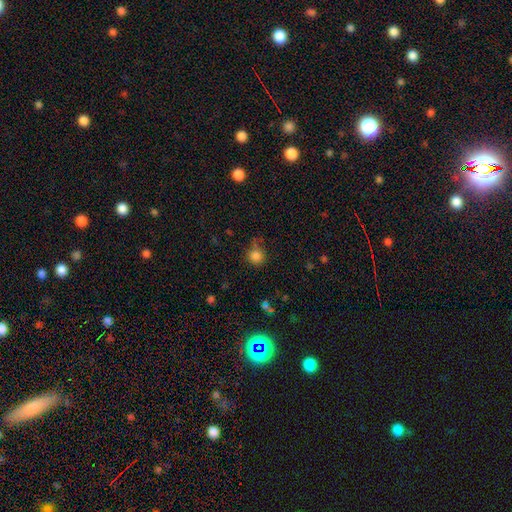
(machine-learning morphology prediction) This appears to be a smooth galaxy with no disk features (83%) that is round (88%). Merging: none (67%).